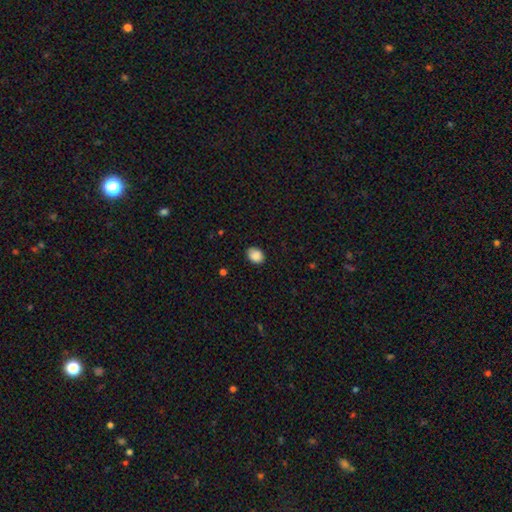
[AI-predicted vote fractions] smooth 88%, star or artifact 8%, featured or disk 4%. Down the decision tree: how rounded — in between (58%); merging — none (80%).